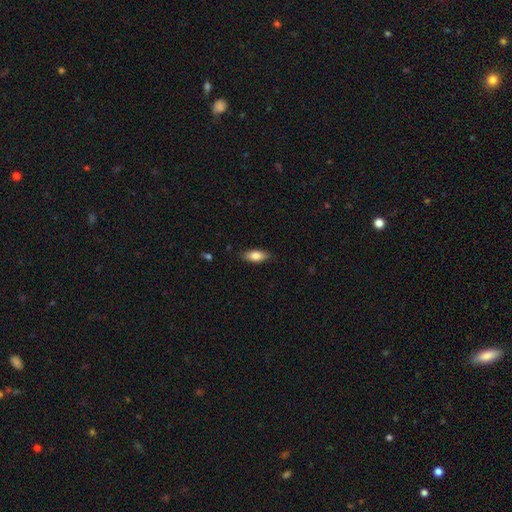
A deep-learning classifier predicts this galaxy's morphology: type=smooth (79%); roundness=in between (83%); merging=none (86%).